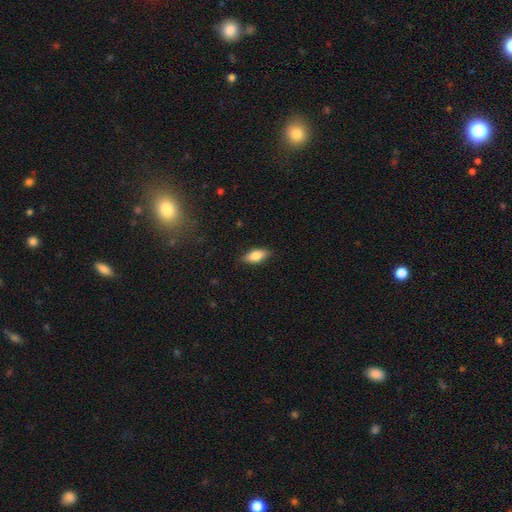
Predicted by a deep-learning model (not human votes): The model was most divided on "smooth or featured": smooth: 79%, featured or disk: 15%, star or artifact: 7%. More confident: merging — none (85%); how rounded — in between (84%).